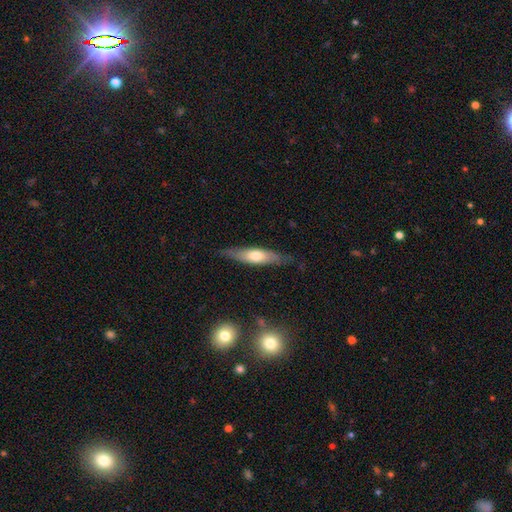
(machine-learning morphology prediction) Q: Smooth or featured?
A: smooth (53%); runner-up: featured or disk (41%)
Q: How rounded?
A: cigar-shaped (67%); runner-up: in between (31%)
Q: Merging?
A: none (79%); runner-up: minor disturbance (16%)